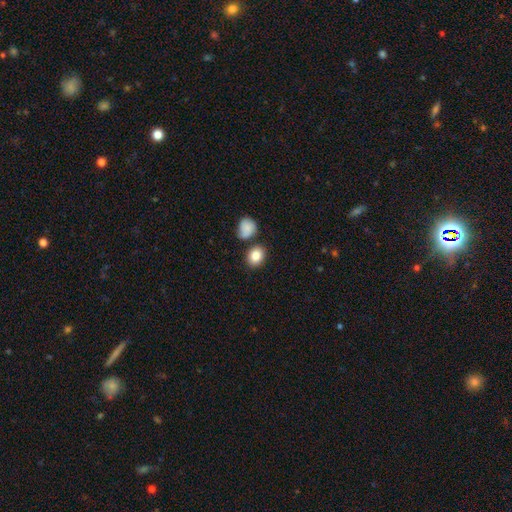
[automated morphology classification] This appears to be a smooth galaxy with no disk features (84%) that is round (50%). Merging: none (75%).